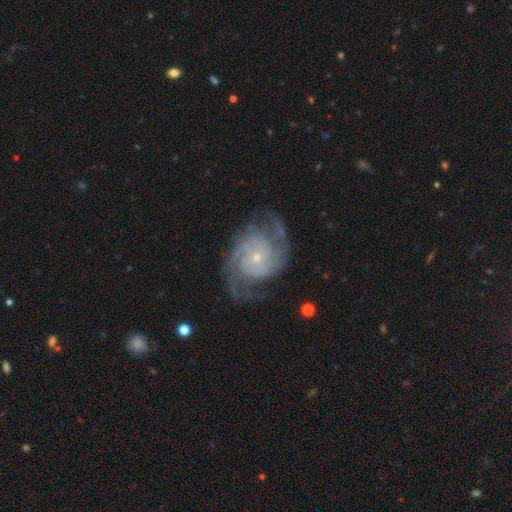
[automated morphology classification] Smooth or featured? featured or disk (89%)
Edge-on disk? no (98%)
Bar? no (73%)
Spiral arms? yes (98%)
Spiral winding? tight (49%)
Spiral arm count? 2 (65%)
Bulge size? small (77%)
Merging? none (76%)